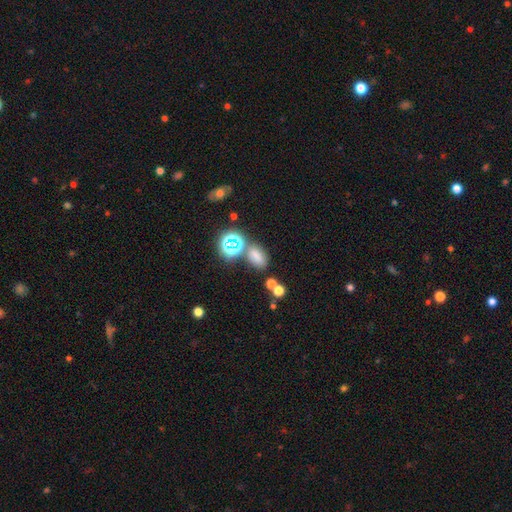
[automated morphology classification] The model was most divided on "smooth or featured": smooth: 64%, star or artifact: 27%, featured or disk: 9%. More confident: how rounded — in between (77%); merging — none (62%).